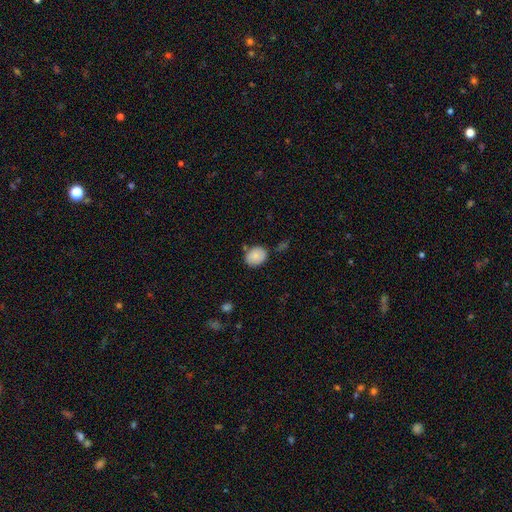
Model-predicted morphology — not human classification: smooth_or_featured: smooth (p=0.84) [alt: featured or disk p=0.08]
how_rounded: in between (p=0.53) [alt: round p=0.46]
merging: none (p=0.75) [alt: minor disturbance p=0.16]